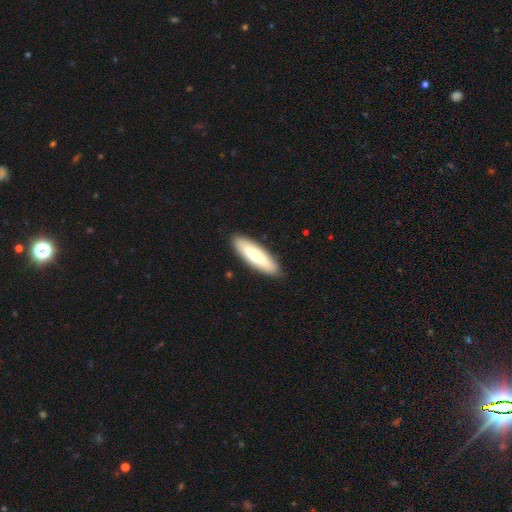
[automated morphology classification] Smooth or featured: smooth — 68% (featured or disk — 27%)
How rounded: cigar-shaped — 56% (in between — 42%)
Merging: none — 89% (minor disturbance — 8%)